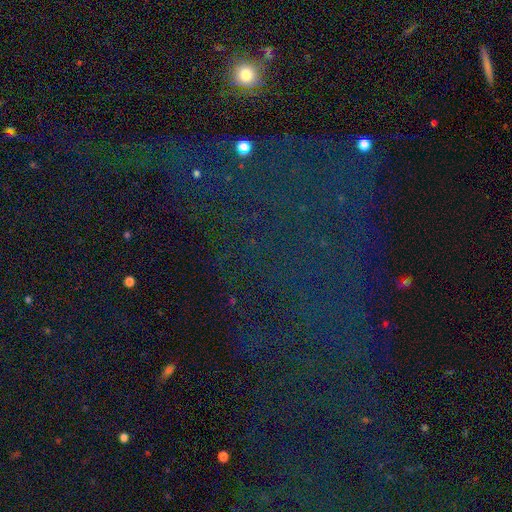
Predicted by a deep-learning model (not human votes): smooth_or_featured: star or artifact (p=0.75) [alt: smooth p=0.13]